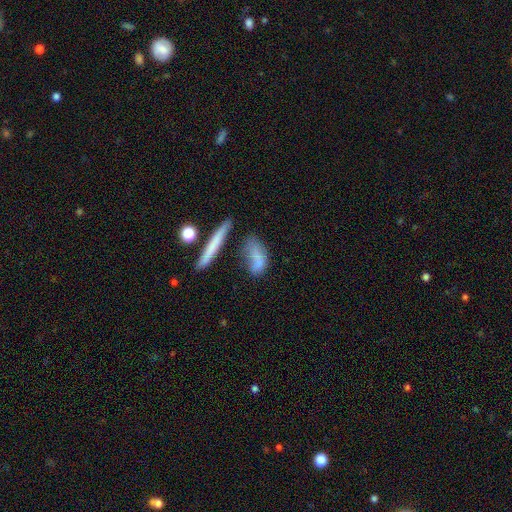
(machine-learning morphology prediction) A smooth galaxy with no disk features (70%) that is in between round and cigar-shaped (54%). Merging: none (43%).